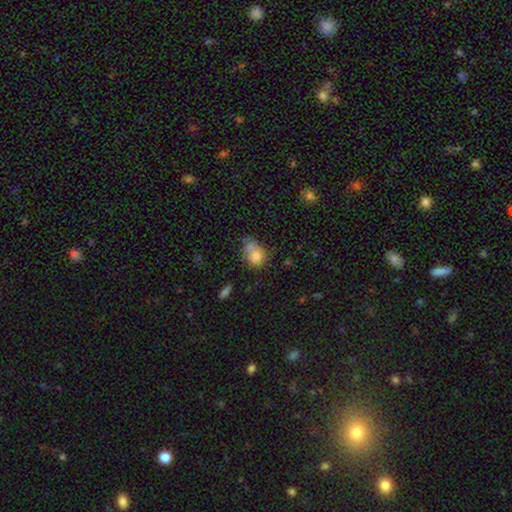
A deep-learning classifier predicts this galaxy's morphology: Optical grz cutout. It shows a smooth galaxy with no disk features (75%) that is round (50%). Merging: none (34%).